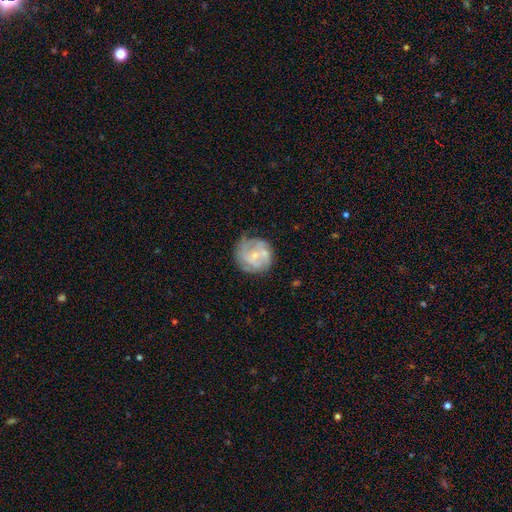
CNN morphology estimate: Smooth or featured? Predicted: featured or disk (p=0.65). Edge-on disk? Predicted: no (p=0.98). Bar? Predicted: no (p=0.71). Spiral arms? Predicted: yes (p=0.69). Bulge size? Predicted: small (p=0.61). Merging? Predicted: none (p=0.60).